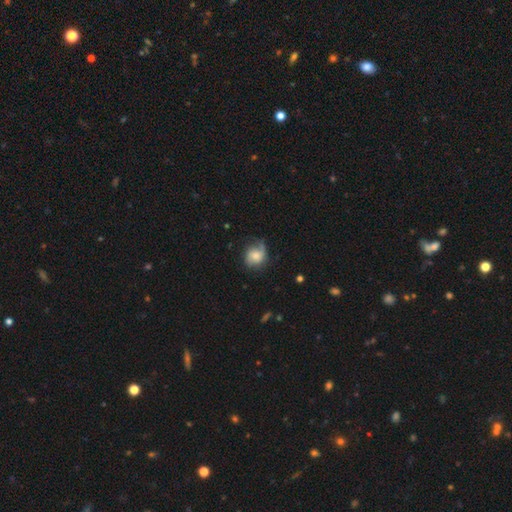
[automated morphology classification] The model was most divided on "smooth or featured": smooth: 50%, featured or disk: 42%, star or artifact: 8%. More confident: merging — none (55%).